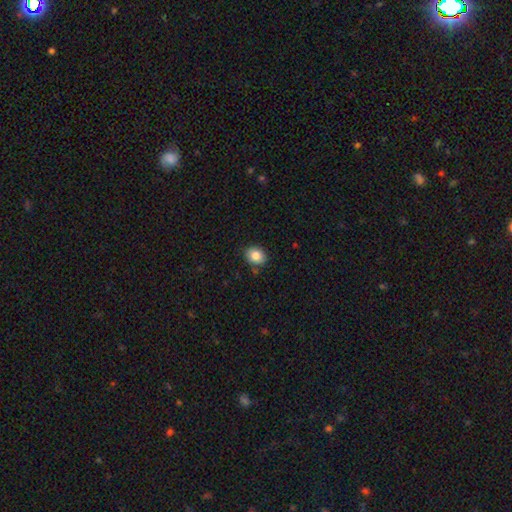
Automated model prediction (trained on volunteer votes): smooth_or_featured: smooth (p=0.85) [alt: star or artifact p=0.09]
how_rounded: in between (p=0.52) [alt: round p=0.47]
merging: none (p=0.83) [alt: minor disturbance p=0.12]